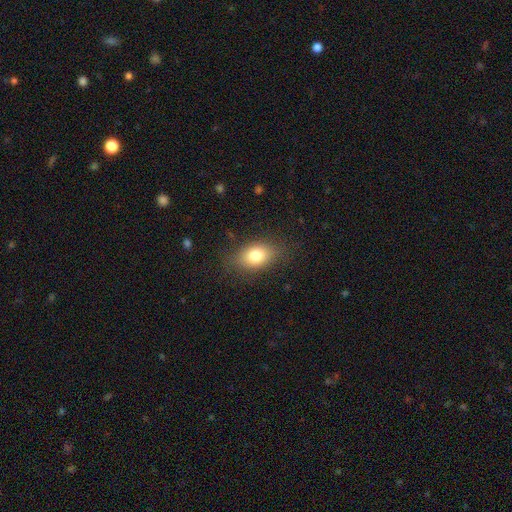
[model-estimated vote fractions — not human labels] Smooth or featured? smooth (79%)
How rounded? in between (80%)
Merging? none (80%)